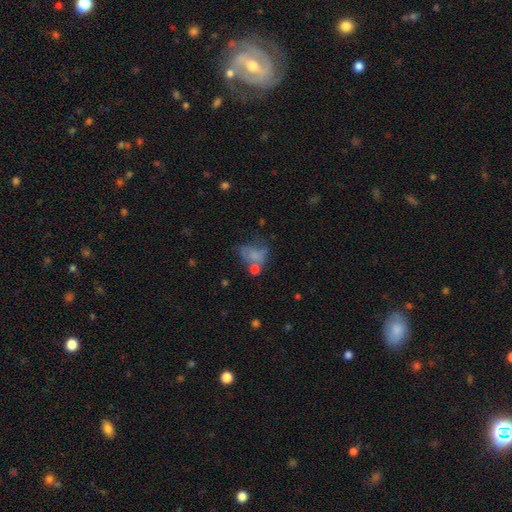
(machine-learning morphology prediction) smooth-or-featured: smooth: 59% | featured or disk: 26% | star or artifact: 15%
  how-rounded: in between: 73% | round: 25% | cigar-shaped: 2%
  merging: major disturbance: 32% | merger: 25% | none: 23% | minor disturbance: 20%